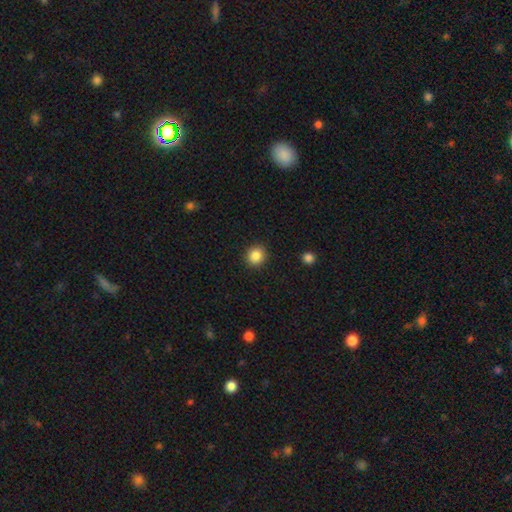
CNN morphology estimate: This is clearly a smooth galaxy (86%). How rounded: clearly round (86%). Merging: clearly none (91%).